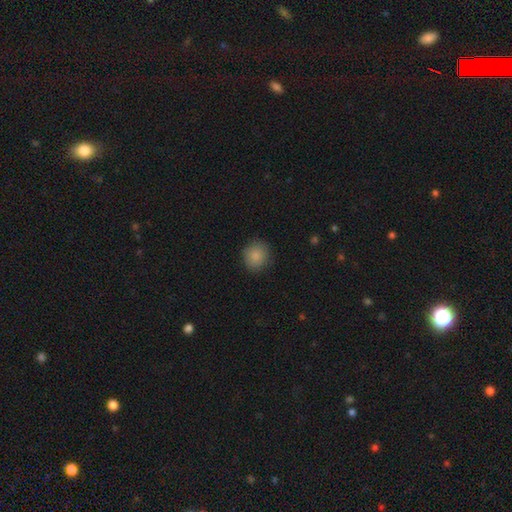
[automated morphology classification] Smooth or featured?
  - smooth: 86% *
  - star or artifact: 9%
  - featured or disk: 5%
How rounded?
  - round: 85% *
  - in between: 14%
  - cigar-shaped: 1%
Merging?
  - none: 86% *
  - minor disturbance: 10%
  - major disturbance: 3%
  - merger: 1%